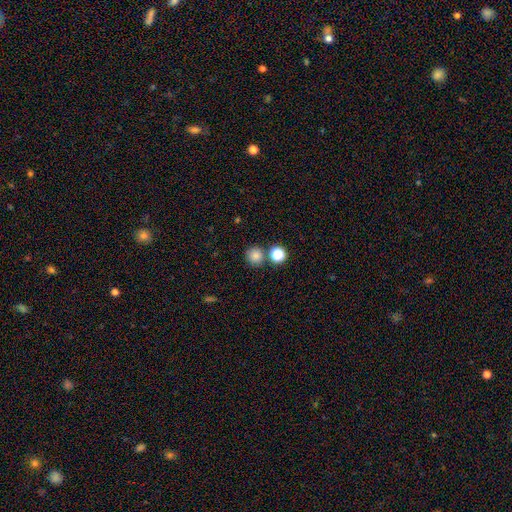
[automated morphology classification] smooth 81%, star or artifact 14%, featured or disk 5%. Down the decision tree: how rounded — round (92%); merging — none (73%).